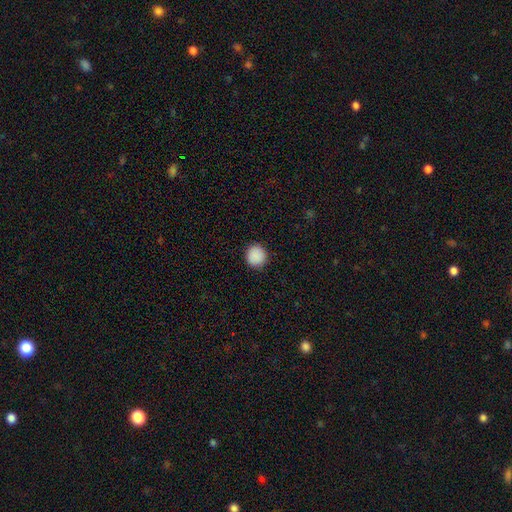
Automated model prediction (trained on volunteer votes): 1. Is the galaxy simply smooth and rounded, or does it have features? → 90% smooth, 8% star or artifact, 2% featured or disk.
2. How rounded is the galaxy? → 92% round, 7% in between, 1% cigar-shaped.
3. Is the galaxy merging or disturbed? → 91% none, 6% minor disturbance, 2% major disturbance, 1% merger.